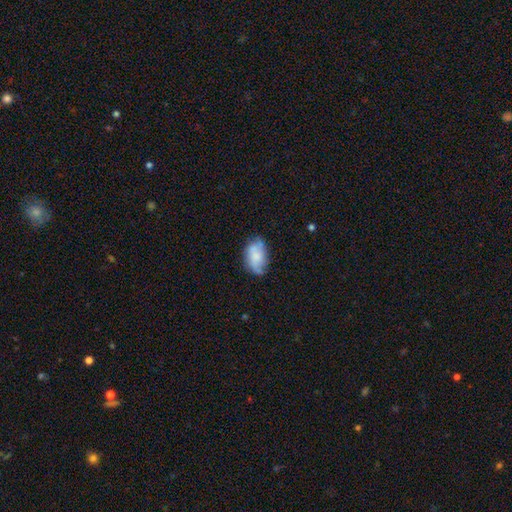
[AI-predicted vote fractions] Smooth or featured: smooth — 58% (featured or disk — 34%)
How rounded: in between — 89% (round — 9%)
Merging: none — 53% (minor disturbance — 30%)